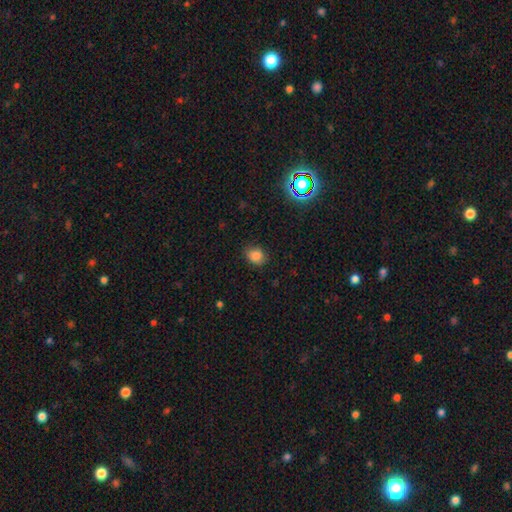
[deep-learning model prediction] A smooth galaxy with no disk features (82%) that is round (56%). Merging: none (81%).